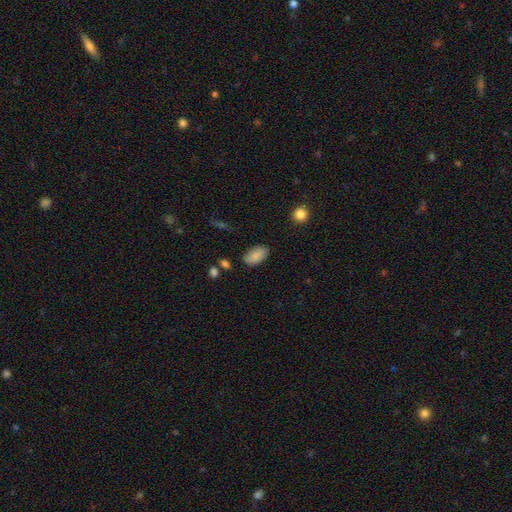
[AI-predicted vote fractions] Smooth or featured? smooth (87%)
How rounded? in between (94%)
Merging? none (83%)